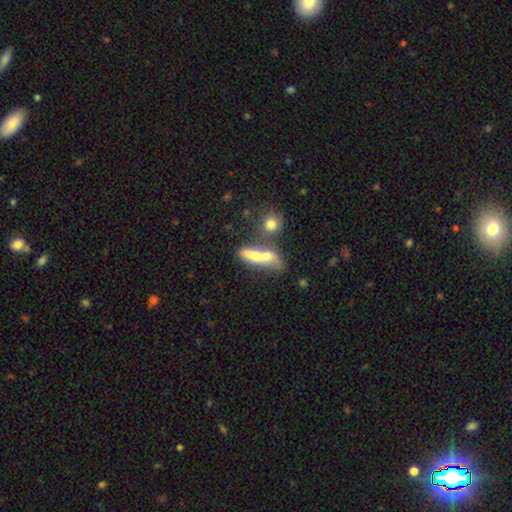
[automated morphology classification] This appears to be a smooth galaxy with no disk features (59%) that is in between round and cigar-shaped (47%). Merging: merger (53%).